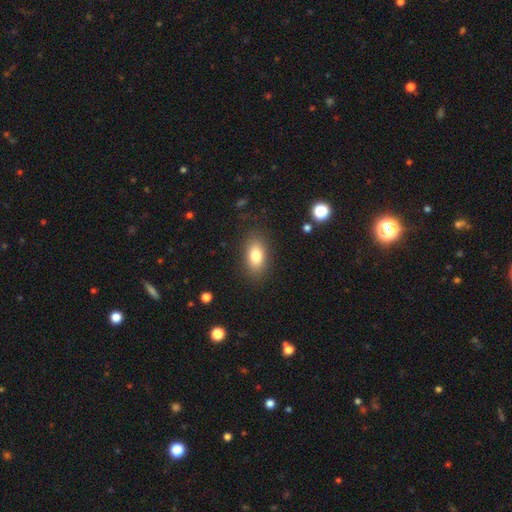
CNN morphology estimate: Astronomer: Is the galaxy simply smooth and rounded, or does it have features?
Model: smooth — 80%.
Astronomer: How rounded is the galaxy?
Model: in between — 88%.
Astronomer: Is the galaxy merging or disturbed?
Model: none — 85%.